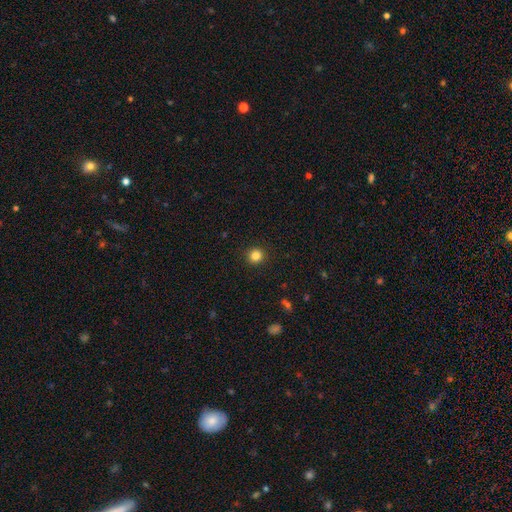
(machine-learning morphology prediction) Overall: smooth (84%). How rounded: round (94%). Merging: none (92%).